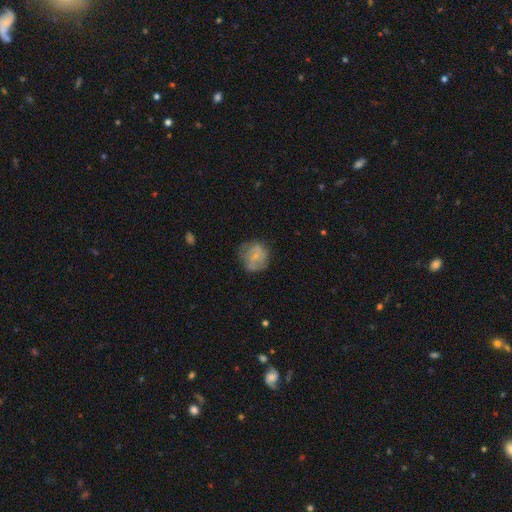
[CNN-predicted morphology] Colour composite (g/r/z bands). It shows a smooth galaxy with no disk features (51%) that is round (78%). Merging: none (57%).